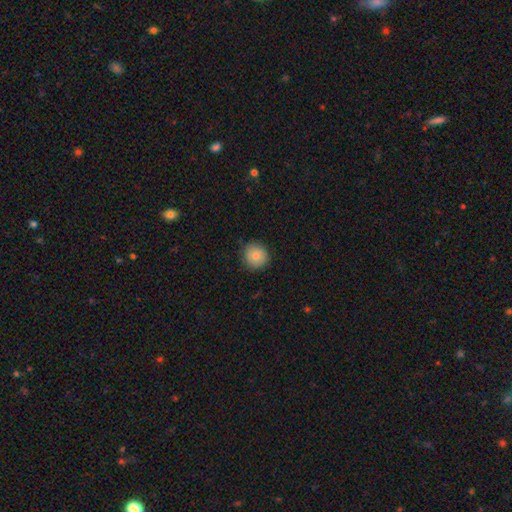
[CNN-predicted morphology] Smooth or featured? Predicted: smooth (p=0.86). How rounded? Predicted: round (p=0.91). Merging? Predicted: none (p=0.86).